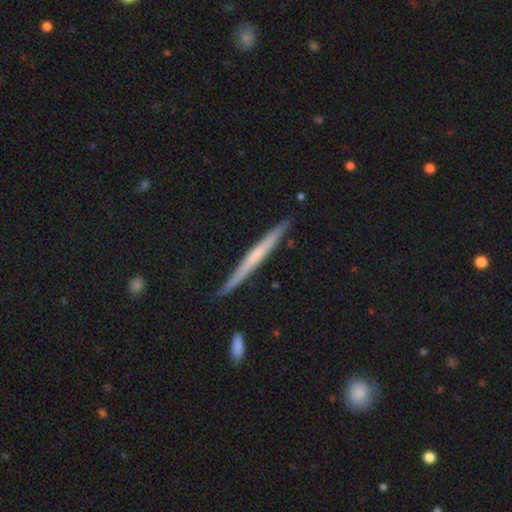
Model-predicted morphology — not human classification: This is possibly a featured or disk galaxy (54%). It is clearly viewed edge-on (97%). Edge-on bulge: likely none (75%). Merging: clearly none (87%).